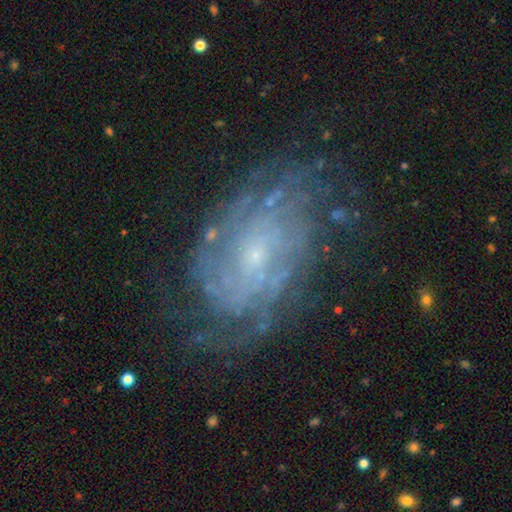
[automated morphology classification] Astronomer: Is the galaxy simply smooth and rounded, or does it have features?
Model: featured or disk — 81%.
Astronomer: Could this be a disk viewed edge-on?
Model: no — 96%.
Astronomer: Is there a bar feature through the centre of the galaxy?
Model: no — 71%.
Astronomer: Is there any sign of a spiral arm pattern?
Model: yes — 90%.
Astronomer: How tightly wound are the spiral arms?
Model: tight — 65%.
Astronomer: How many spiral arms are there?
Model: can't tell — 48%.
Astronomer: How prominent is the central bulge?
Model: small — 79%.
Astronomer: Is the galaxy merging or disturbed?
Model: none — 73%.